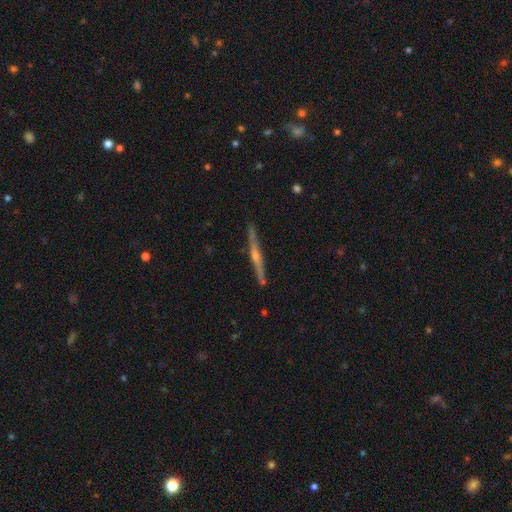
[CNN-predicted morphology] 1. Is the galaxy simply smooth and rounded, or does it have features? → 80% featured or disk, 14% smooth, 6% star or artifact.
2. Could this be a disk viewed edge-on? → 98% yes, 2% no.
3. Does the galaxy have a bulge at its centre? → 79% rounded, 14% none, 7% boxy.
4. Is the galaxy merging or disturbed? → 89% none, 8% minor disturbance, 2% merger, 1% major disturbance.